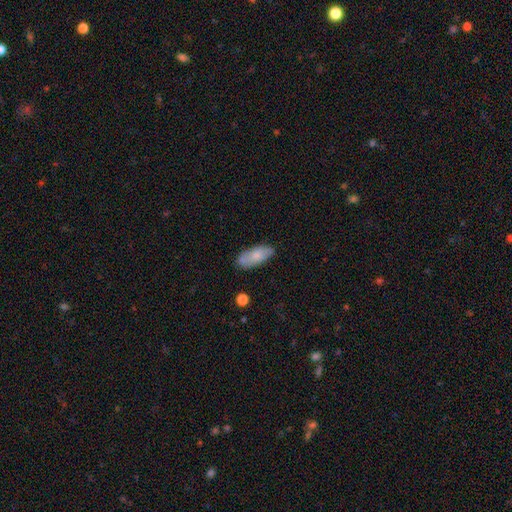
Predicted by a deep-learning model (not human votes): smooth-or-featured: smooth: 73% | featured or disk: 20% | star or artifact: 7%
  how-rounded: in between: 85% | cigar-shaped: 13% | round: 2%
  merging: none: 68% | minor disturbance: 21% | merger: 7% | major disturbance: 5%